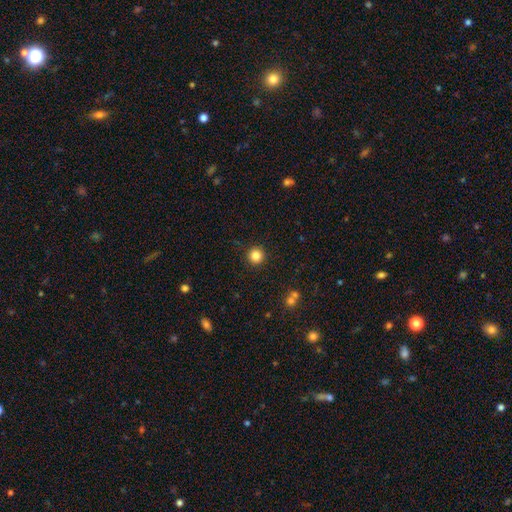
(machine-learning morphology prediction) Q: Smooth or featured?
A: smooth (84%); runner-up: star or artifact (11%)
Q: How rounded?
A: round (96%); runner-up: in between (3%)
Q: Merging?
A: none (92%); runner-up: minor disturbance (5%)